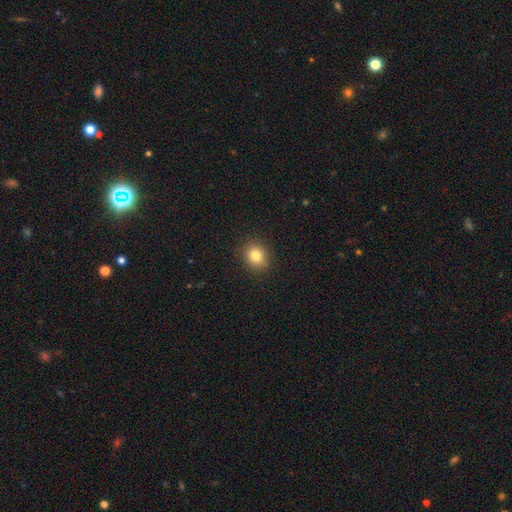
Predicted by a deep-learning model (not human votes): This is clearly a smooth galaxy (82%). How rounded: likely round (67%). Merging: clearly none (89%).